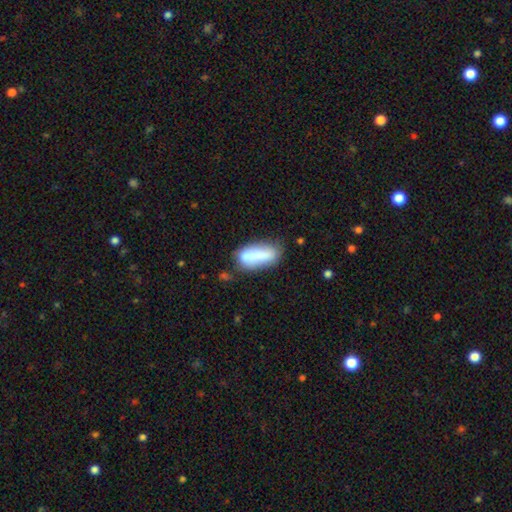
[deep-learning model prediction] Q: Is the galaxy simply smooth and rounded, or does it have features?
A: smooth — 79%.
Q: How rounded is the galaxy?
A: in between — 71%.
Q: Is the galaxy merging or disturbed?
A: none — 54%.